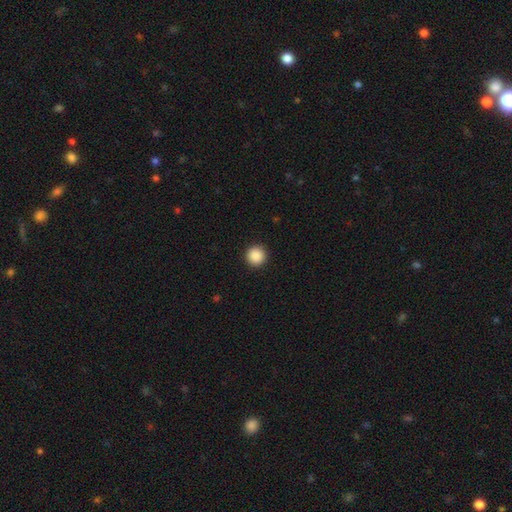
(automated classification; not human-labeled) A smooth galaxy with no disk features (89%) that is round (96%). Merging: none (93%).